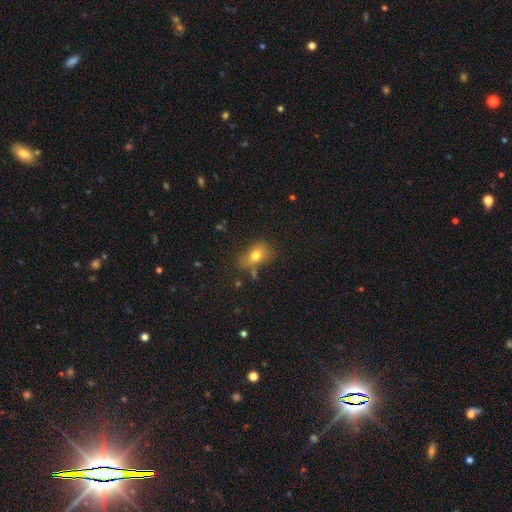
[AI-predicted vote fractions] Smooth or featured? Predicted: smooth (p=0.75). How rounded? Predicted: in between (p=0.76). Merging? Predicted: none (p=0.59).